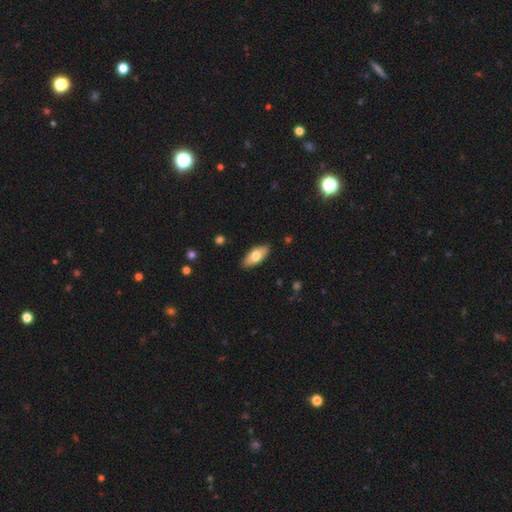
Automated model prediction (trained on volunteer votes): Overall: smooth (72%). How rounded: in between (85%). Merging: none (88%).